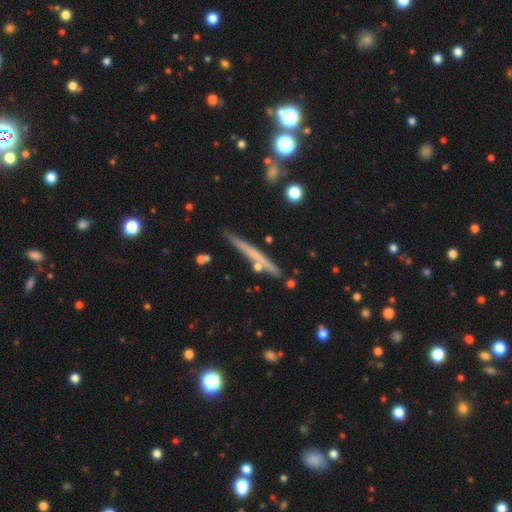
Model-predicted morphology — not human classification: This appears to be a featured or disk galaxy (52%) viewed edge-on (96%). Merging: none (81%).